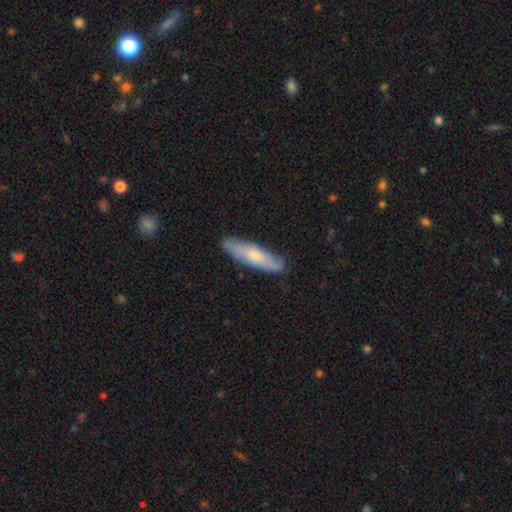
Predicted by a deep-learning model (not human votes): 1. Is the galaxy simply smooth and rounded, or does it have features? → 65% smooth, 30% featured or disk, 5% star or artifact.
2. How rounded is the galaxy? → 63% cigar-shaped, 35% in between, 2% round.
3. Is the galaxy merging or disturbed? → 82% none, 14% minor disturbance, 3% major disturbance, 1% merger.